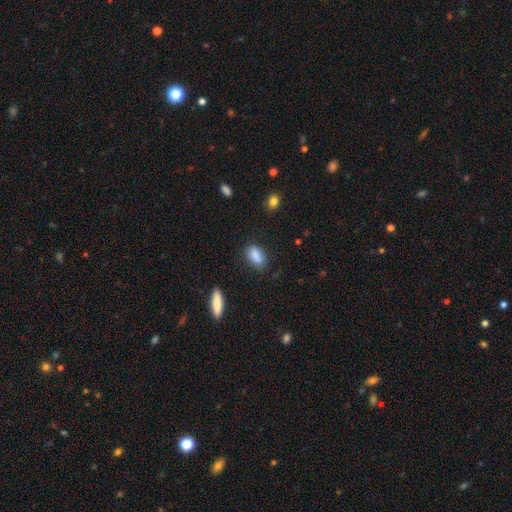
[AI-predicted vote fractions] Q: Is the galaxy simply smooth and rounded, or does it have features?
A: smooth — 87%.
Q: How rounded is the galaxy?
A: in between — 87%.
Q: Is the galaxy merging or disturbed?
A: none — 78%.